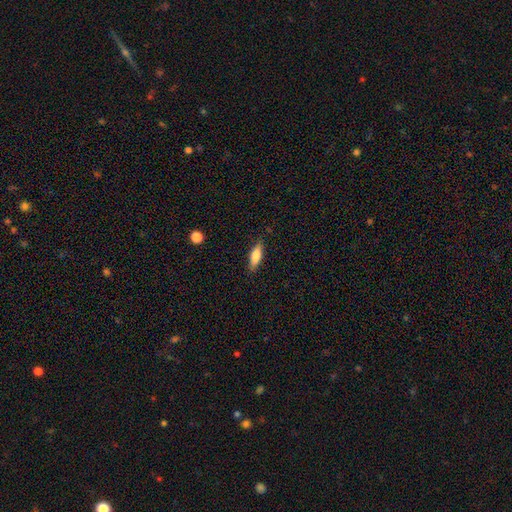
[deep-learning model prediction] Overall: smooth (70%). How rounded: in between (53%; cigar-shaped 45%). Merging: none (86%).